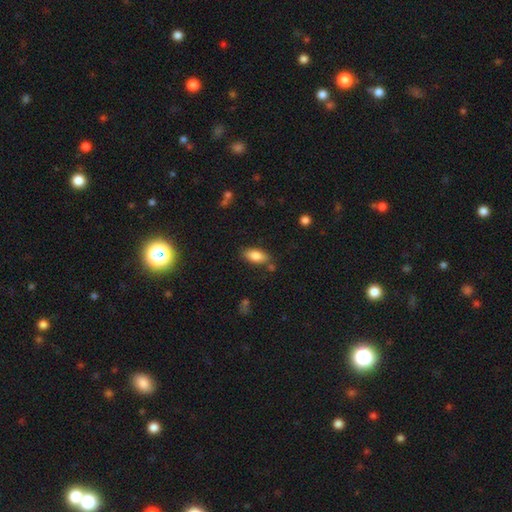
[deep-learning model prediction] Smooth or featured? Predicted: smooth (p=0.83). How rounded? Predicted: in between (p=0.87). Merging? Predicted: none (p=0.77).